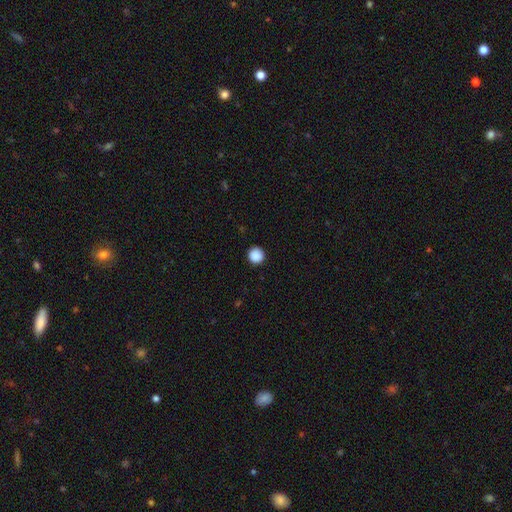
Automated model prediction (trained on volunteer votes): Smooth or featured? Predicted: smooth (p=0.89). How rounded? Predicted: round (p=0.96). Merging? Predicted: none (p=0.93).